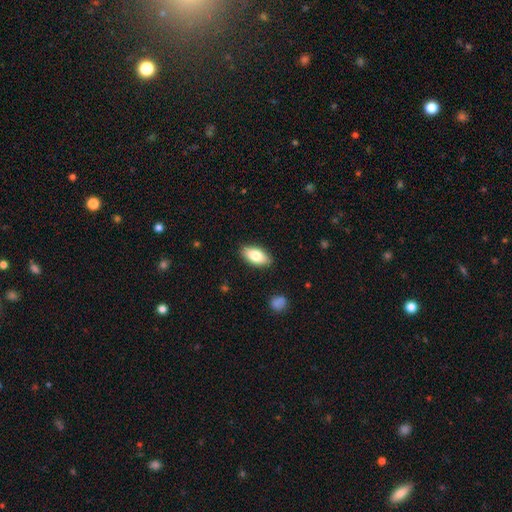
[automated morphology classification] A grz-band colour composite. It shows a smooth galaxy with no disk features (78%) that is in between round and cigar-shaped (89%). Merging: none (88%).